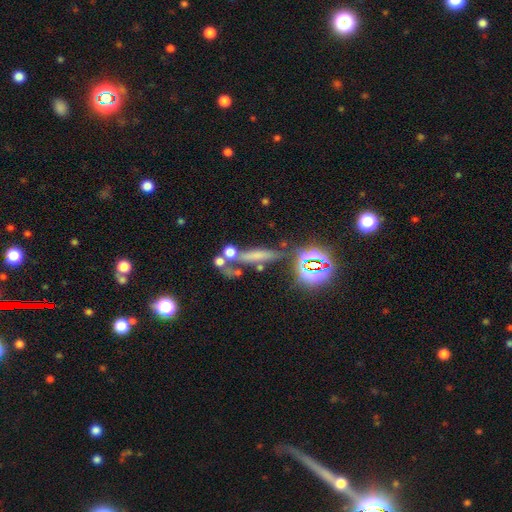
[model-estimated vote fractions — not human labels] A smooth galaxy with no disk features (47%). Merging: none (56%).